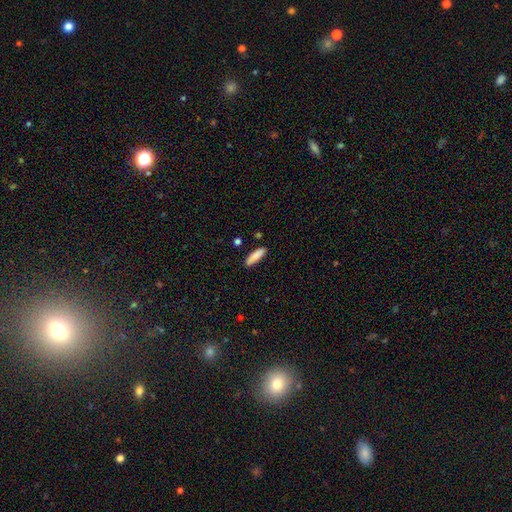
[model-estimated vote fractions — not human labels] A smooth galaxy with no disk features (84%) that is cigar-shaped (52%). Merging: none (84%).